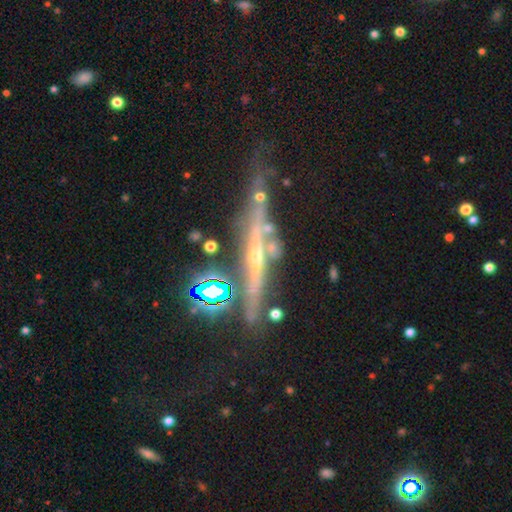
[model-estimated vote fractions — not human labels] This appears to be a featured or disk galaxy (76%) viewed edge-on (86%) with a rounded central bulge (59%). Merging: none (53%).